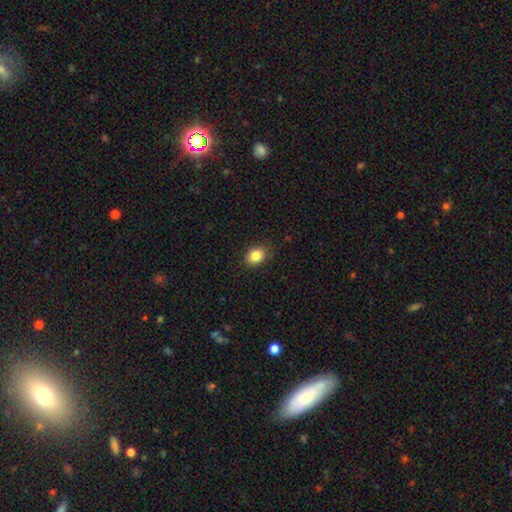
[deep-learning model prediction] A smooth galaxy with no disk features (85%) that is in between round and cigar-shaped (57%). Merging: none (83%).